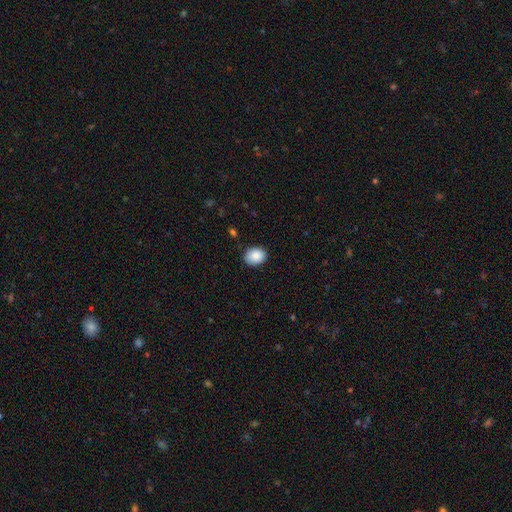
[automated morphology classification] The model was most divided on "how rounded": in between: 53%, round: 46%, cigar-shaped: 1%. More confident: smooth or featured — smooth (89%); merging — none (85%).